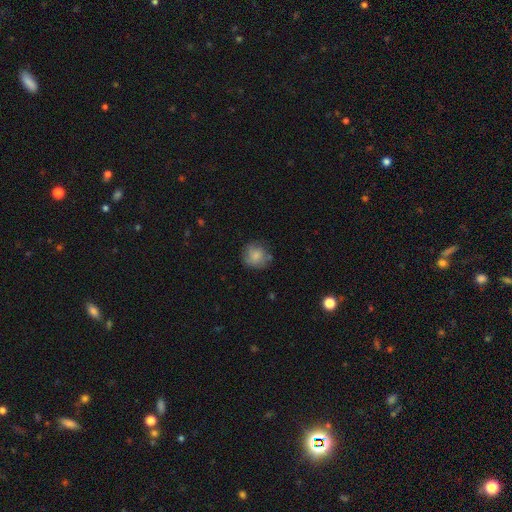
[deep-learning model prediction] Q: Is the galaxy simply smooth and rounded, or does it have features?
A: smooth — 77%.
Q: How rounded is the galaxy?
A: round — 86%.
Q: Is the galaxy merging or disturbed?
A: none — 72%.